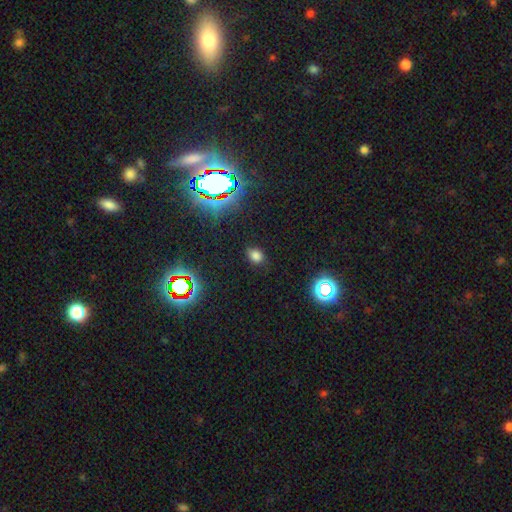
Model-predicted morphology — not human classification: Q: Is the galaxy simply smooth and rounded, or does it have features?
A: smooth — 71%.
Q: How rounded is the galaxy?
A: in between — 56%.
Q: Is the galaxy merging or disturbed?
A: none — 82%.